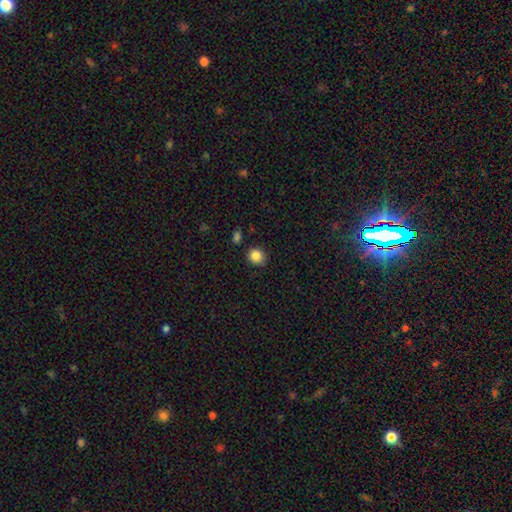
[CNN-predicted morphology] The model was most divided on "how rounded": round: 80%, in between: 19%, cigar-shaped: 1%. More confident: smooth or featured — smooth (86%); merging — none (85%).